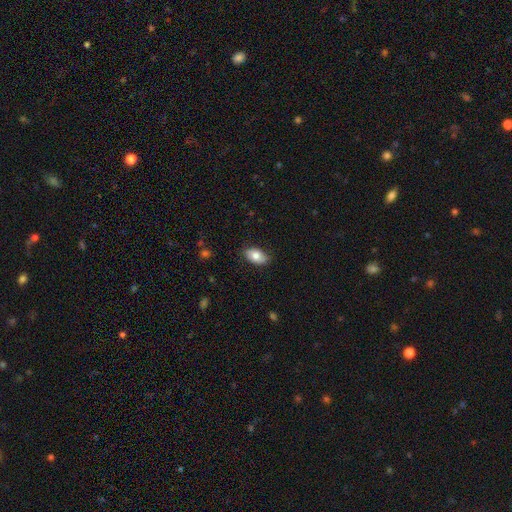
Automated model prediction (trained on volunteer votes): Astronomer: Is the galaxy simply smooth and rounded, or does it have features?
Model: smooth — 78%.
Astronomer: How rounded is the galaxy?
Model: in between — 93%.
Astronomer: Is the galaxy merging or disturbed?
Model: none — 80%.